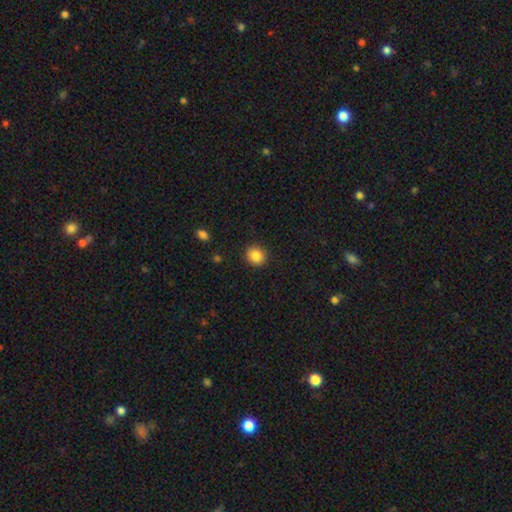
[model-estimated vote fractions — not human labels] A smooth galaxy with no disk features (85%) that is round (80%).

Vote fractions:
- Smooth or featured? smooth: 85% / star or artifact: 9% / featured or disk: 5%
- How rounded? round: 80% / in between: 19% / cigar-shaped: 1%
- Merging? none: 90% / minor disturbance: 7% / major disturbance: 2% / merger: 1%